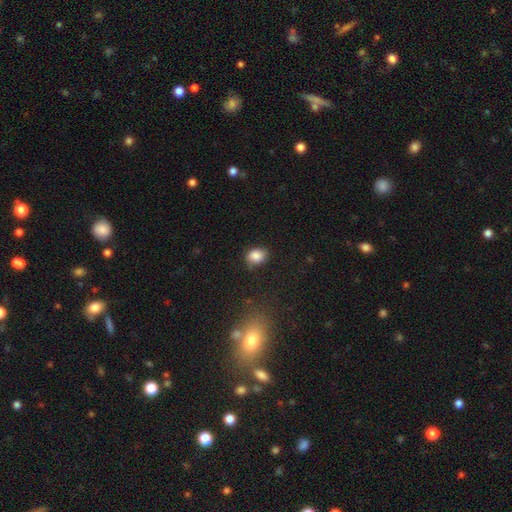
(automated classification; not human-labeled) Smooth or featured?
  - smooth: 86% *
  - star or artifact: 9%
  - featured or disk: 5%
How rounded?
  - in between: 56% *
  - round: 43%
  - cigar-shaped: 1%
Merging?
  - none: 72% *
  - minor disturbance: 22%
  - major disturbance: 4%
  - merger: 2%